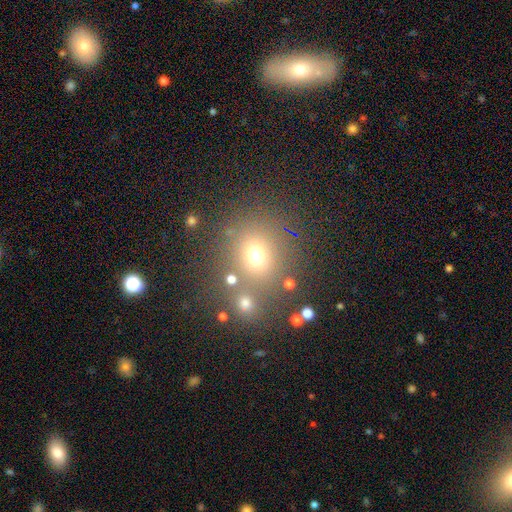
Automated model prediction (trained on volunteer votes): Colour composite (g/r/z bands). It shows a smooth galaxy with no disk features (65%) that is round (83%). Merging: none (71%).